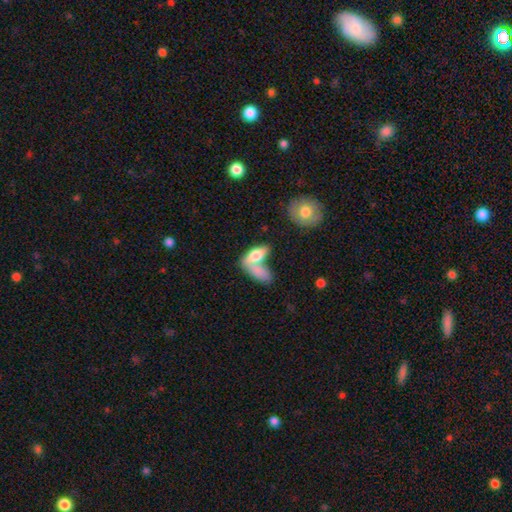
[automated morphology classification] Smooth or featured? smooth (71%)
How rounded? in between (78%)
Merging? merger (57%)